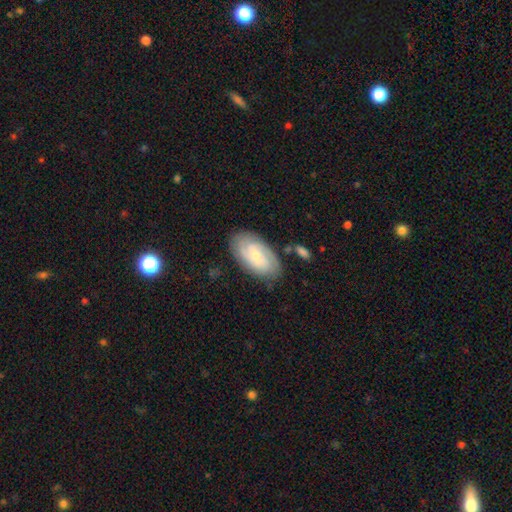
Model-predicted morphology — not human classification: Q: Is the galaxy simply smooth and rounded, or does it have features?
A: featured or disk — 67%.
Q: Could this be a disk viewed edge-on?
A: no — 95%.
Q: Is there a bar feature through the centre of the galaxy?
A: no — 58%.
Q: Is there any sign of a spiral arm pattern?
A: yes — 93%.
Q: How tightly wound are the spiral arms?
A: tight — 58%.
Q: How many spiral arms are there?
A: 2 — 45%.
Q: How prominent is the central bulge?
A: small — 70%.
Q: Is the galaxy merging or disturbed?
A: none — 79%.